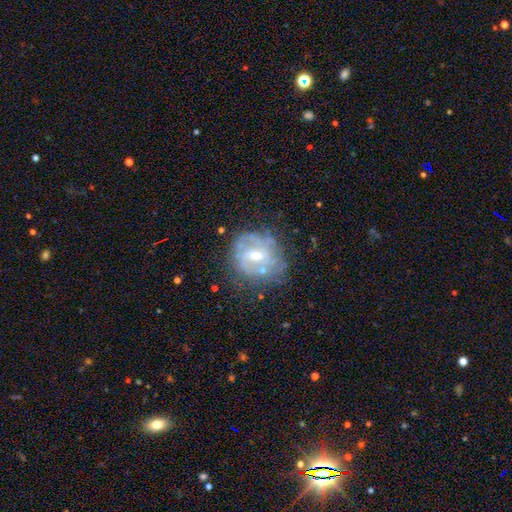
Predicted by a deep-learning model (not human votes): This appears to be a featured or disk galaxy (73%) with a weak bar (50%), tight (52%) spiral arms (71%) and a moderate central bulge (52%). Merging: none (62%).